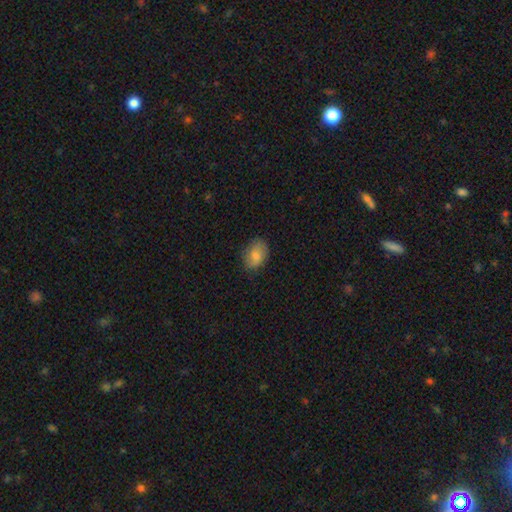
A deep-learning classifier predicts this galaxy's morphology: Overall: smooth (75%). How rounded: in between (79%). Merging: none (80%).